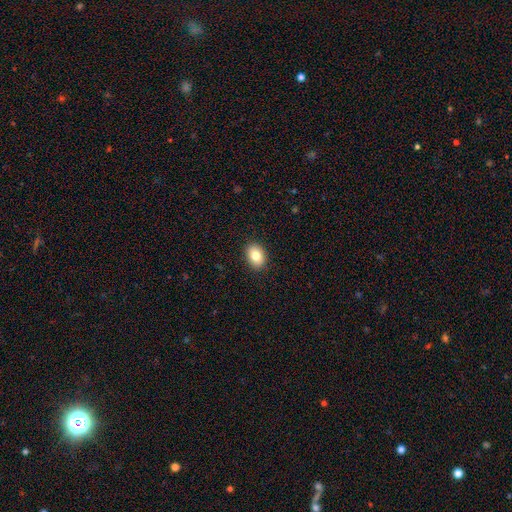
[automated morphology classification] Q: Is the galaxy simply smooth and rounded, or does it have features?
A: smooth — 82%.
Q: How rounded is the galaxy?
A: in between — 73%.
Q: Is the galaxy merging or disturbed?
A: none — 90%.